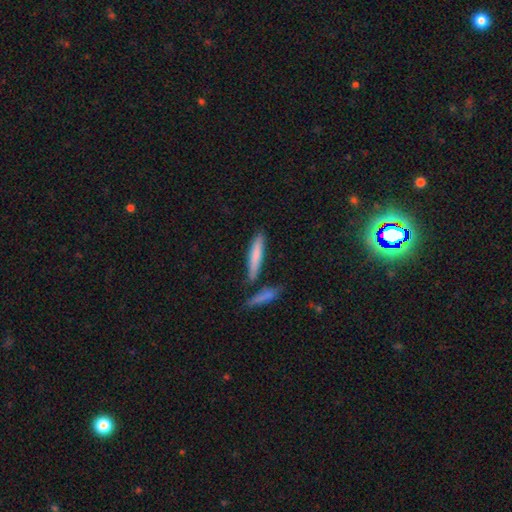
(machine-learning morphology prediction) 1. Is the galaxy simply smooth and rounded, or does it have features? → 76% smooth, 18% featured or disk, 6% star or artifact.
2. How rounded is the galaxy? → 86% cigar-shaped, 12% in between, 2% round.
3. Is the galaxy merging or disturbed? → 73% none, 13% minor disturbance, 11% merger, 3% major disturbance.